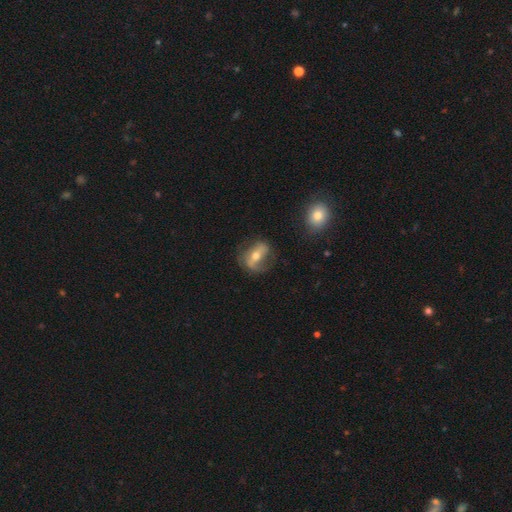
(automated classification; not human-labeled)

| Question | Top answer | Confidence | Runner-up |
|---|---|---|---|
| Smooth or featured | featured or disk | 65% | smooth (27%) |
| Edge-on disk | no | 90% | yes (10%) |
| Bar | strong | 50% | weak (28%) |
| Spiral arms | yes | 73% | no (27%) |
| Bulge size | moderate | 62% | small (31%) |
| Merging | none | 61% | minor disturbance (22%) |